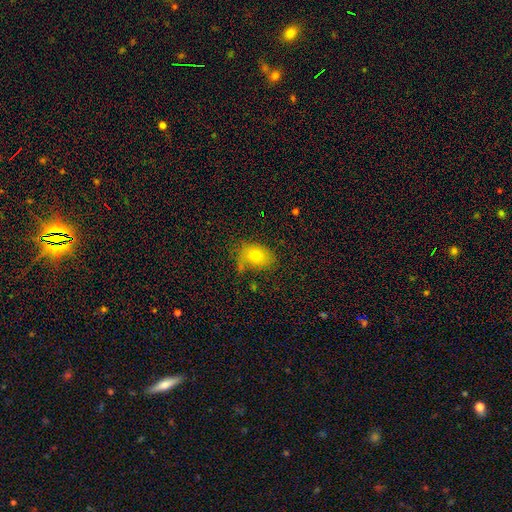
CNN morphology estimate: Smooth or featured: smooth — 74% (featured or disk — 15%)
How rounded: in between — 67% (round — 32%)
Merging: none — 57% (minor disturbance — 25%)